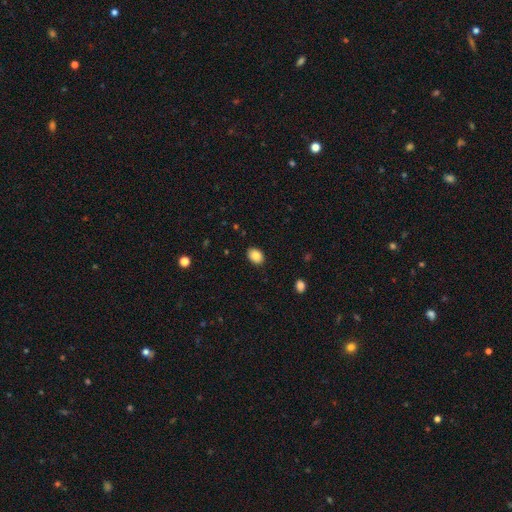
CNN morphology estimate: smooth 86%, star or artifact 8%, featured or disk 6%. Down the decision tree: how rounded — in between (73%); merging — none (89%).